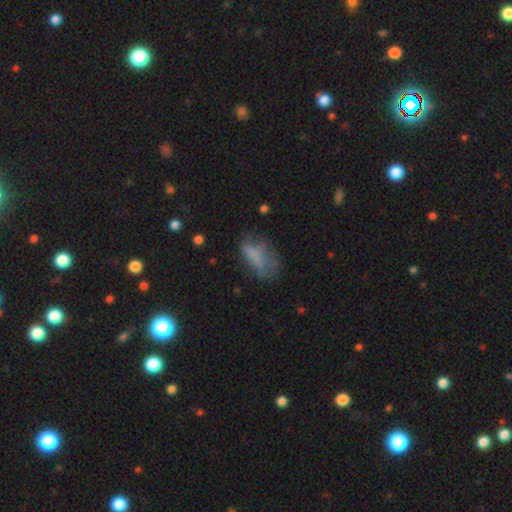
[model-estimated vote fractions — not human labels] The model was most divided on "merging": none: 38%, major disturbance: 30%, minor disturbance: 28%, merger: 4%. More confident: how rounded — in between (84%); smooth or featured — smooth (61%).